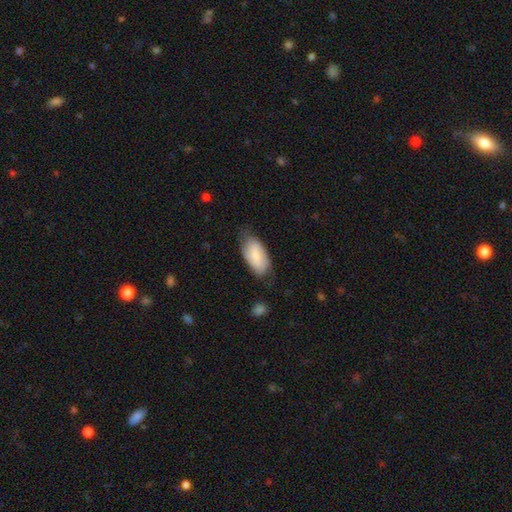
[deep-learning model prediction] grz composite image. It shows a smooth galaxy with no disk features (69%) that is in between round and cigar-shaped (93%). Merging: none (62%).